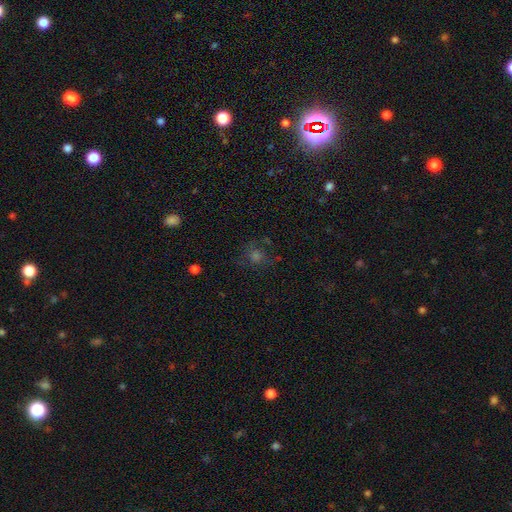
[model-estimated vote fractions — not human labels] smooth-or-featured: smooth: 40% | star or artifact: 38% | featured or disk: 21%
  merging: none: 70% | minor disturbance: 16% | major disturbance: 12% | merger: 3%